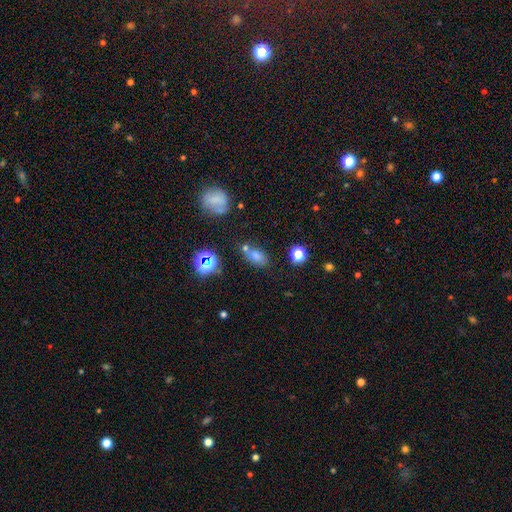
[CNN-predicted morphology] This appears to be a smooth galaxy with no disk features (67%) that is in between round and cigar-shaped (80%). Merging: none (62%).